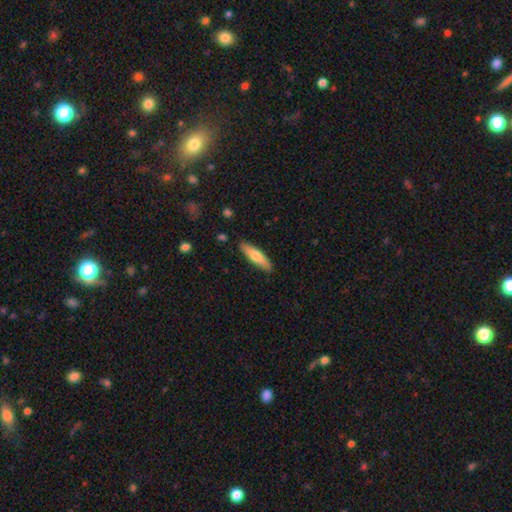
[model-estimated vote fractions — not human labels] This is likely a smooth galaxy (70%). How rounded: likely cigar-shaped (72%). Merging: clearly none (88%).